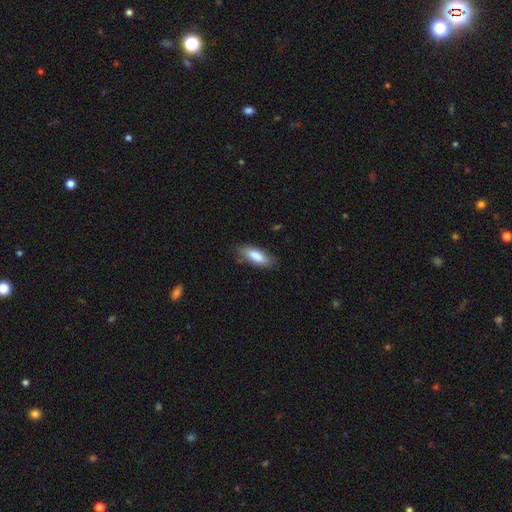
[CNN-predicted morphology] A smooth galaxy with no disk features (83%) that is in between round and cigar-shaped (72%). Merging: none (81%).